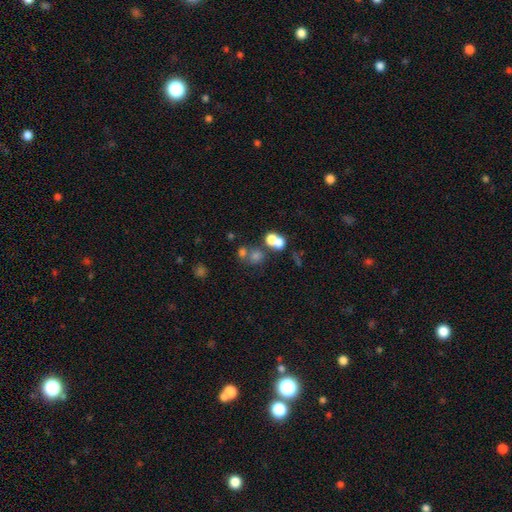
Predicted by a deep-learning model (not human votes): smooth_or_featured: smooth (p=0.63) [alt: star or artifact p=0.21]
how_rounded: round (p=0.83) [alt: in between p=0.16]
merging: none (p=0.49) [alt: merger p=0.38]